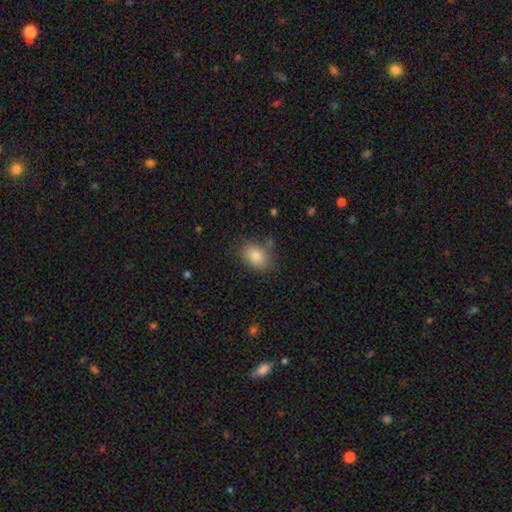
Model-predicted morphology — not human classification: Smooth or featured? smooth (83%)
How rounded? in between (76%)
Merging? none (79%)